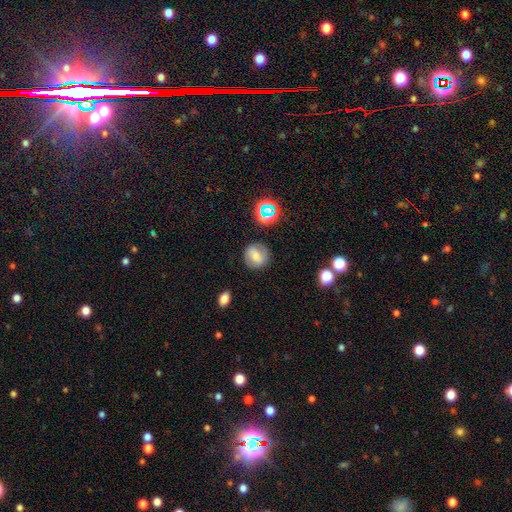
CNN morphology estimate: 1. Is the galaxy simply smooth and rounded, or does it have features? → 57% smooth, 30% featured or disk, 13% star or artifact.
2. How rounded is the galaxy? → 85% round, 14% in between, 1% cigar-shaped.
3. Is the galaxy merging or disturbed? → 83% none, 11% minor disturbance, 4% major disturbance, 2% merger.